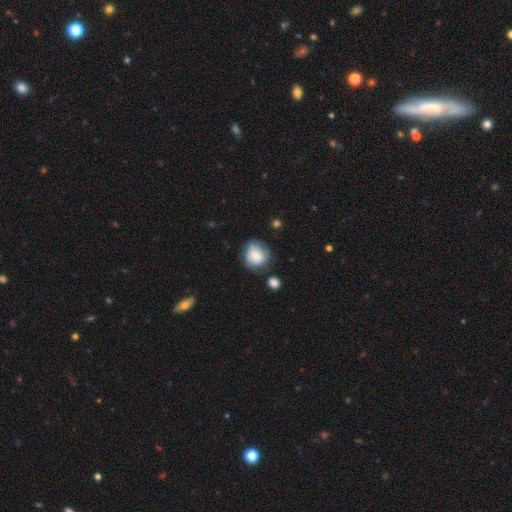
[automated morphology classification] Overall: smooth (68%). How rounded: round (76%). Merging: none (60%; minor disturbance 26%).